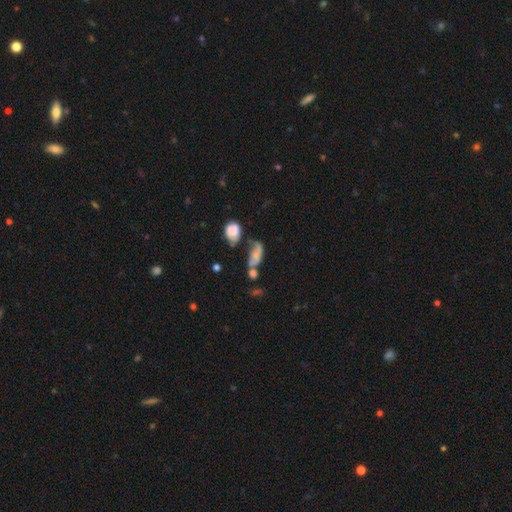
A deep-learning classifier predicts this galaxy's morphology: type=smooth (58%); roundness=in between (78%); merging=merger (30%).